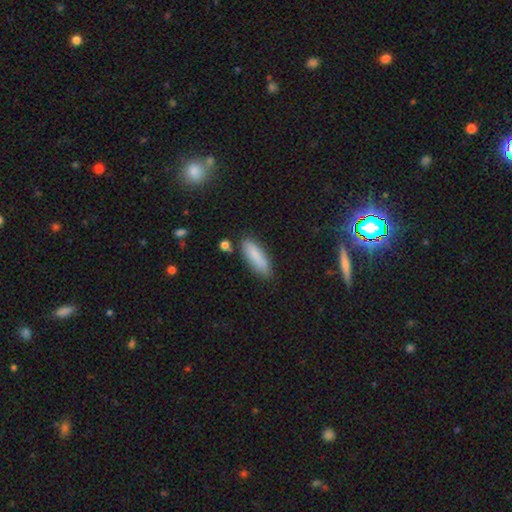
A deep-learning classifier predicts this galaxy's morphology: This appears to be a smooth galaxy with no disk features (83%) that is cigar-shaped (49%, tied with in between). Merging: none (80%).